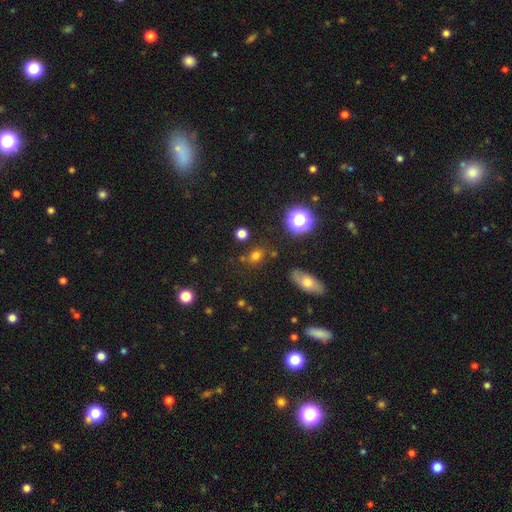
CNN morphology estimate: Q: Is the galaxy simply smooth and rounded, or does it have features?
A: smooth — 72%.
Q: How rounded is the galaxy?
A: round — 50%.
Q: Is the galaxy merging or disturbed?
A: none — 77%.